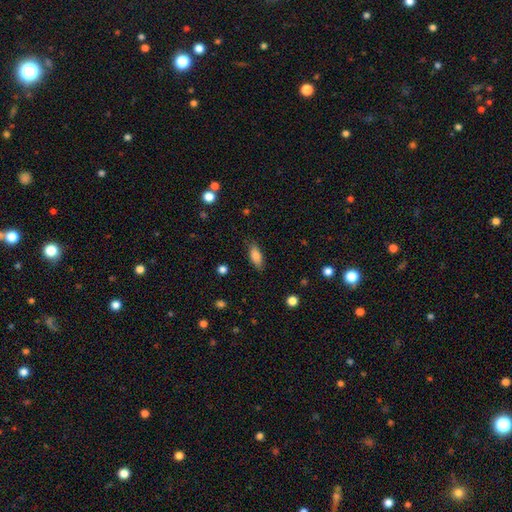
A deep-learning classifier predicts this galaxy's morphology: Smooth or featured?
  - smooth: 81% *
  - featured or disk: 11%
  - star or artifact: 8%
How rounded?
  - in between: 81% *
  - cigar-shaped: 17%
  - round: 3%
Merging?
  - none: 83% *
  - minor disturbance: 13%
  - major disturbance: 3%
  - merger: 1%